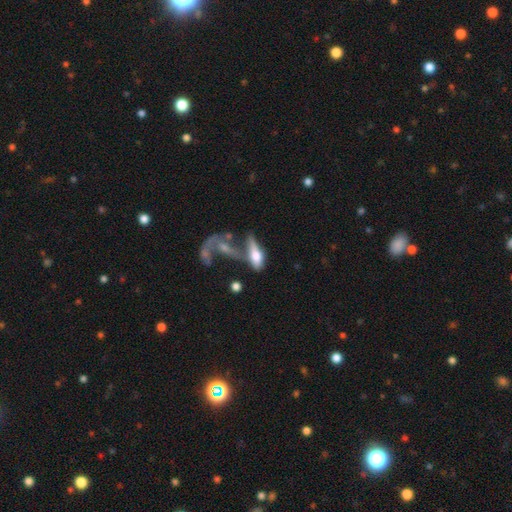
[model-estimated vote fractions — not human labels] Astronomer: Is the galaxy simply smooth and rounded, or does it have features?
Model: smooth — 51% (runner-up: featured or disk, 40%).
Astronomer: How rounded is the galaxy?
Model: in between — 68%.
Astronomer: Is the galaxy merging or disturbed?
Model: merger — 42% (runner-up: major disturbance, 25%).